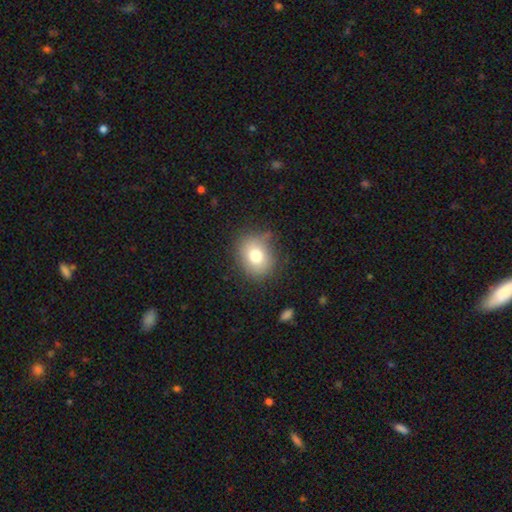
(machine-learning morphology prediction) Q: Smooth or featured?
A: smooth (78%); runner-up: featured or disk (11%)
Q: How rounded?
A: round (56%); runner-up: in between (43%)
Q: Merging?
A: none (78%); runner-up: minor disturbance (15%)